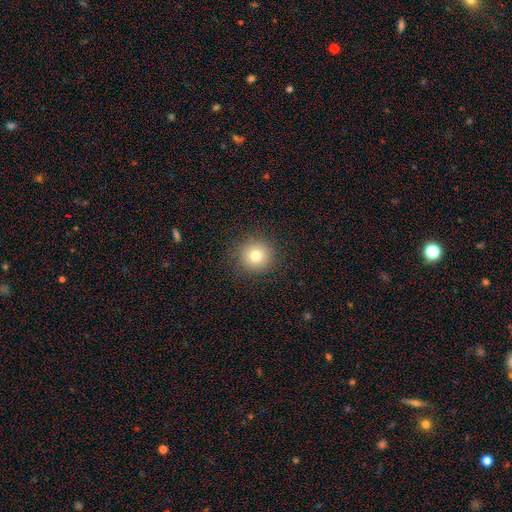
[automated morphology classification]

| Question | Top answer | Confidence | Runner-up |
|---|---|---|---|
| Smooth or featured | smooth | 78% | star or artifact (13%) |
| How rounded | round | 95% | in between (4%) |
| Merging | none | 89% | minor disturbance (7%) |